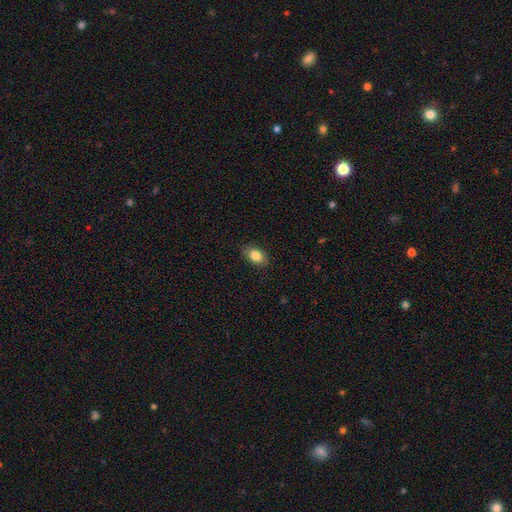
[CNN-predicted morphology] The model was most divided on "merging": none: 85%, minor disturbance: 12%, major disturbance: 2%, merger: 1%. More confident: how rounded — in between (86%); smooth or featured — smooth (84%).